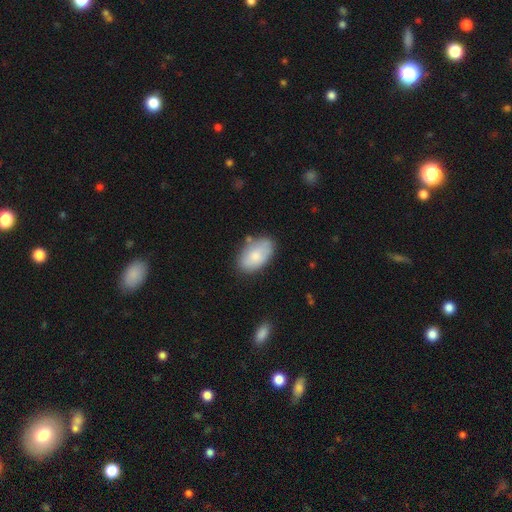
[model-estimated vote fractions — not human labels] Morphology: type=smooth (78%); roundness=in between (94%); merging=none (73%).